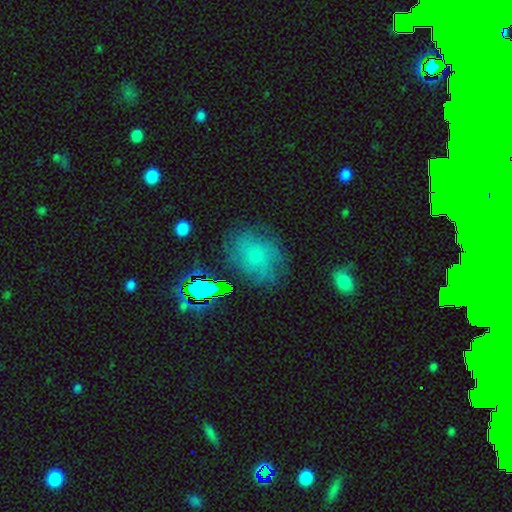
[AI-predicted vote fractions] The model was most divided on "smooth or featured": smooth: 48%, featured or disk: 32%, star or artifact: 20%. More confident: merging — none (66%).